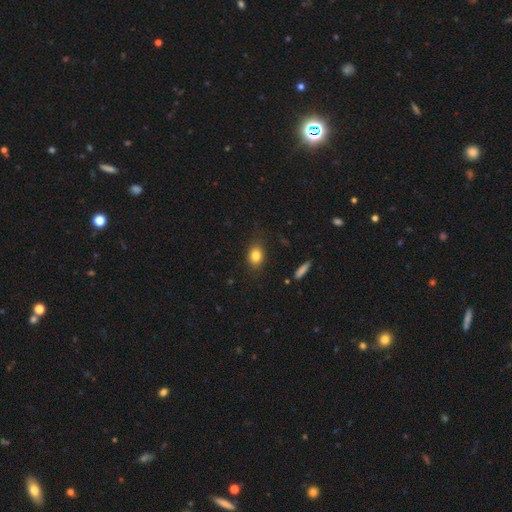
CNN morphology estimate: Smooth or featured? Predicted: smooth (p=0.82). How rounded? Predicted: in between (p=0.68). Merging? Predicted: none (p=0.83).